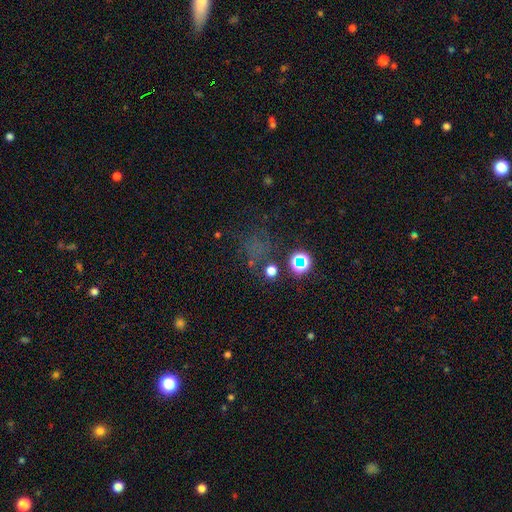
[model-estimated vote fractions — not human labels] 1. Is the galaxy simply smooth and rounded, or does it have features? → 58% star or artifact, 31% smooth, 11% featured or disk.